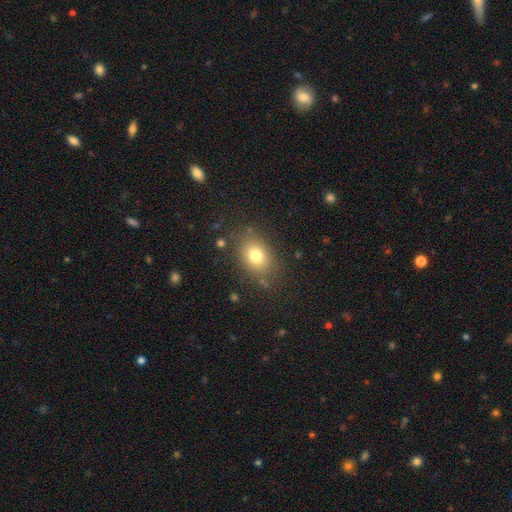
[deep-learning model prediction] Q: Smooth or featured?
A: smooth (77%); runner-up: star or artifact (12%)
Q: How rounded?
A: in between (66%); runner-up: round (32%)
Q: Merging?
A: none (81%); runner-up: minor disturbance (12%)